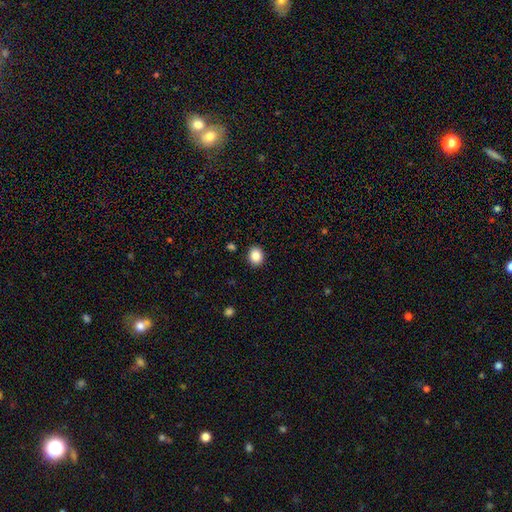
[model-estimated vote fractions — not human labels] This appears to be a smooth galaxy with no disk features (87%) that is round (68%). Merging: none (90%).